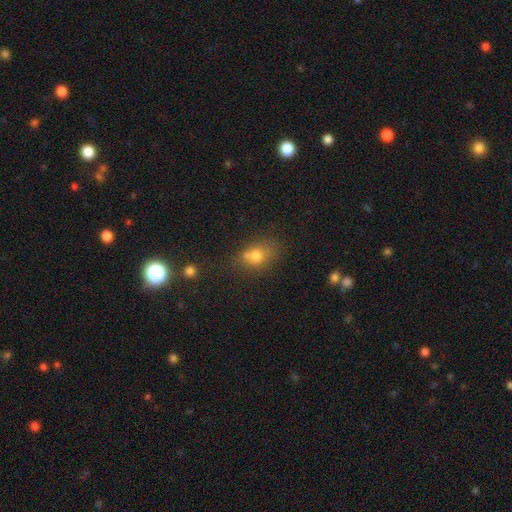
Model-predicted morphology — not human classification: A smooth galaxy with no disk features (73%) that is in between round and cigar-shaped (50%). Merging: none (51%).